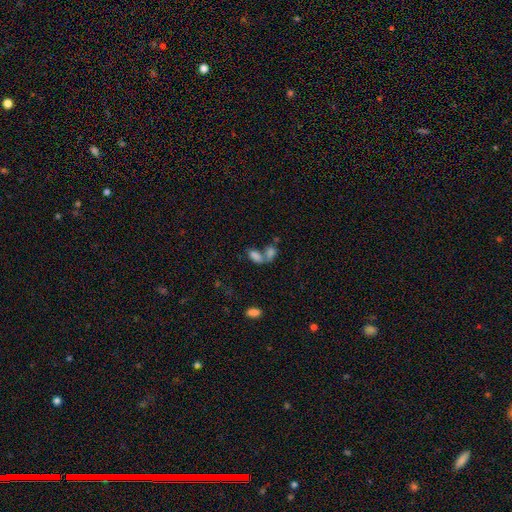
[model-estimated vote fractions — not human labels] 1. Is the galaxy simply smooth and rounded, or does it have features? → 76% smooth, 13% featured or disk, 11% star or artifact.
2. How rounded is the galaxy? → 89% in between, 8% round, 4% cigar-shaped.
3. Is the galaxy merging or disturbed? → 66% merger, 21% none, 7% minor disturbance, 6% major disturbance.